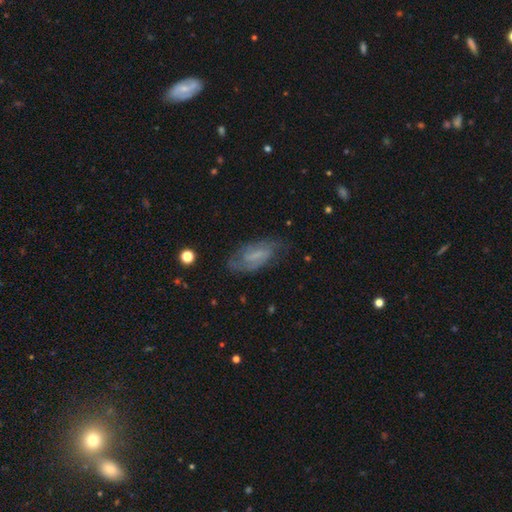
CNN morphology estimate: Q: Smooth or featured?
A: featured or disk (61%); runner-up: smooth (30%)
Q: Edge-on disk?
A: no (92%); runner-up: yes (8%)
Q: Bar?
A: weak (48%); runner-up: no (34%)
Q: Spiral arms?
A: yes (85%); runner-up: no (15%)
Q: Bulge size?
A: none (50%); runner-up: small (30%)
Q: Merging?
A: none (68%); runner-up: minor disturbance (20%)